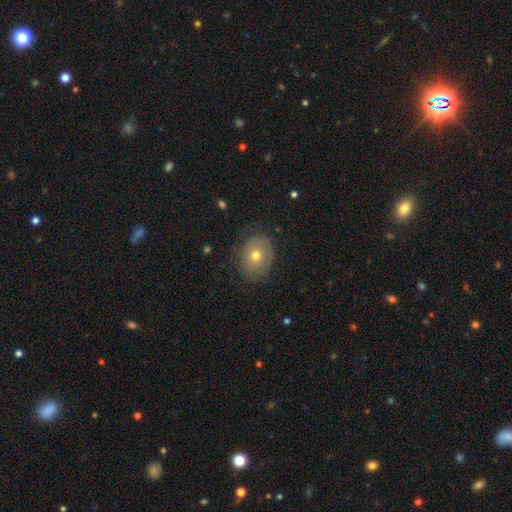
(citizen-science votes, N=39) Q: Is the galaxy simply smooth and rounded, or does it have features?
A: smooth — 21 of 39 (54%).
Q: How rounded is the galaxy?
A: in between — 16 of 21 (76%).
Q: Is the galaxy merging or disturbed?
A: none — 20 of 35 (57%).